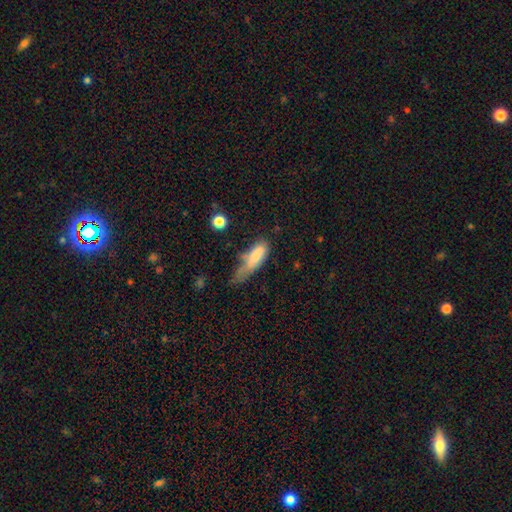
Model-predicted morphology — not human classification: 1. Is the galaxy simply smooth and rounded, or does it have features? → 77% smooth, 16% featured or disk, 8% star or artifact.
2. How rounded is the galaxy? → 62% in between, 35% cigar-shaped, 3% round.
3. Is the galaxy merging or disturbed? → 35% major disturbance, 34% minor disturbance, 21% none, 10% merger.